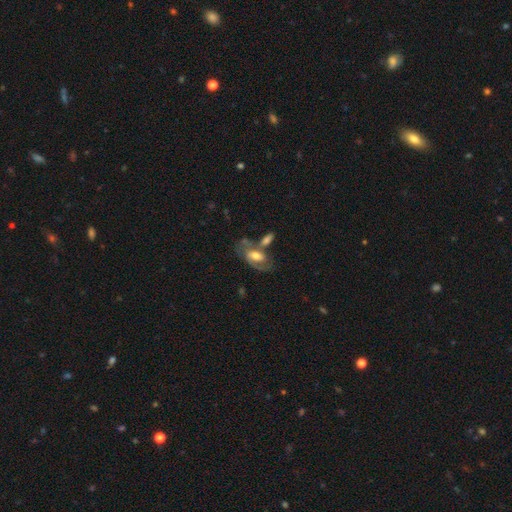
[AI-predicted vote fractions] smooth-or-featured: featured or disk: 62% | smooth: 31% | star or artifact: 7%
  disk-edge-on: no: 93% | yes: 7%
    bar: no: 48% | weak: 38% | strong: 15%
    has-spiral-arms: yes: 76% | no: 24%
    bulge-size: moderate: 55% | large: 28% | small: 12% | none: 3% | dominant: 2%
  merging: none: 41% | merger: 28% | minor disturbance: 17% | major disturbance: 13%